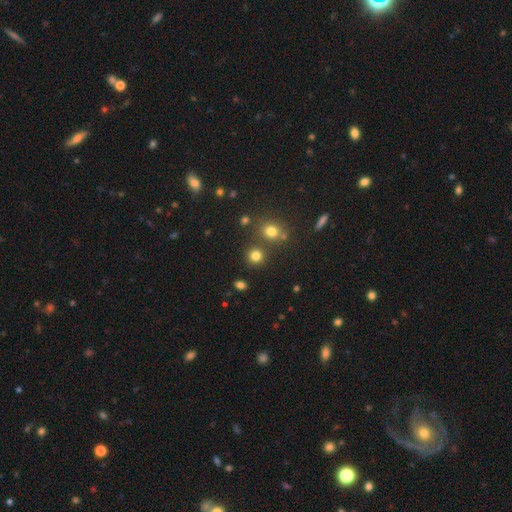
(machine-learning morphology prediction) smooth 78%, star or artifact 16%, featured or disk 6%. Down the decision tree: how rounded — round (88%); merging — none (79%).